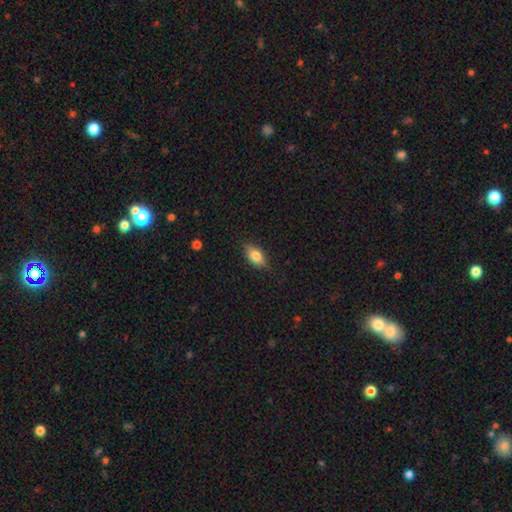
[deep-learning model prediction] Smooth or featured? Predicted: smooth (p=0.76). How rounded? Predicted: in between (p=0.84). Merging? Predicted: none (p=0.82).